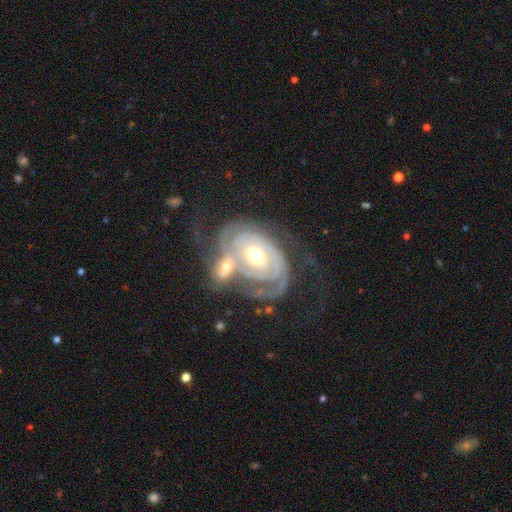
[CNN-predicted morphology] type=featured or disk (89%); edge-on=no (96%); bar=no (63%); spiral arms=yes (95%); winding=tight (77%); arm count=2 (49%); bulge=moderate (65%); merging=merger (38%).